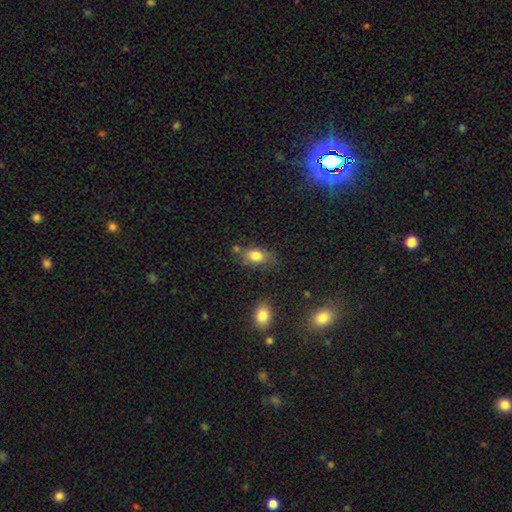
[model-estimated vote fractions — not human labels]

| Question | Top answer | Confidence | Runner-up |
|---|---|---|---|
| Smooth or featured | smooth | 81% | featured or disk (10%) |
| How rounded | in between | 84% | round (13%) |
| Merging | none | 65% | minor disturbance (21%) |